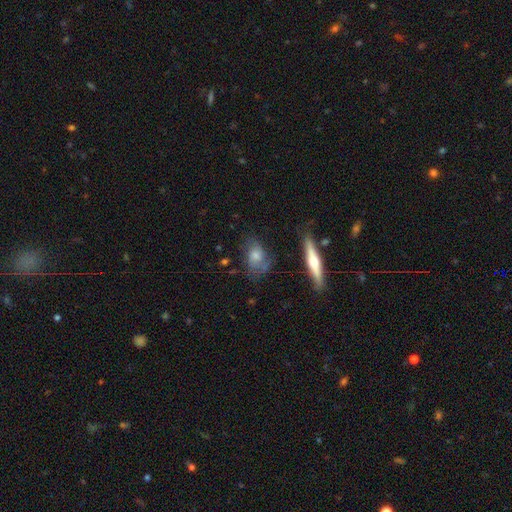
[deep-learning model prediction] Smooth or featured?
  - featured or disk: 58% *
  - smooth: 32%
  - star or artifact: 11%
Edge-on disk?
  - no: 70% *
  - yes: 30%
Merging?
  - none: 64% *
  - minor disturbance: 22%
  - major disturbance: 10%
  - merger: 4%